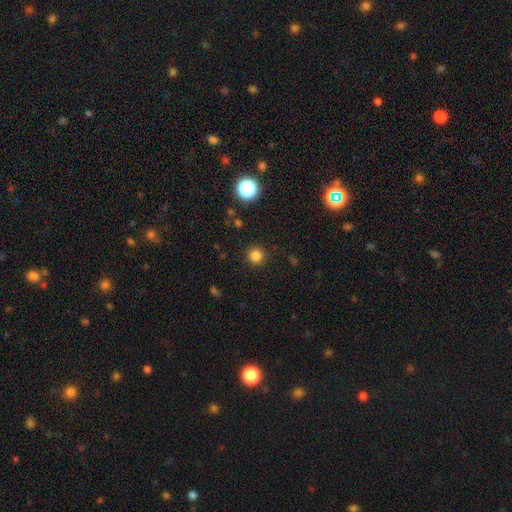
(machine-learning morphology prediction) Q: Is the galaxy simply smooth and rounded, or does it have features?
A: smooth — 82%.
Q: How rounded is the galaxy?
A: round — 94%.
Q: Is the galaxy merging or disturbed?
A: none — 91%.